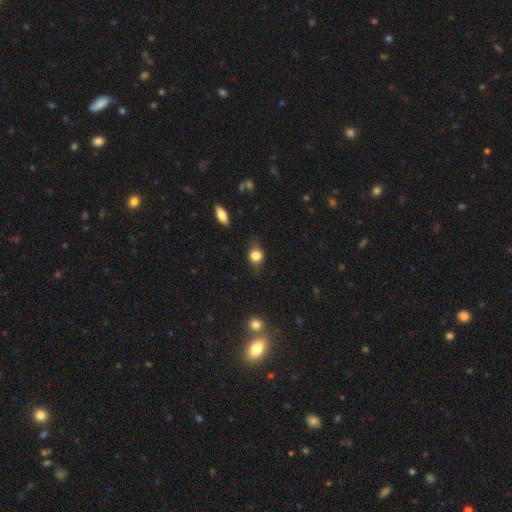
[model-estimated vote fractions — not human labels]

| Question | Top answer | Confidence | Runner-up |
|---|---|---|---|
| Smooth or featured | smooth | 79% | featured or disk (11%) |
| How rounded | round | 50% | in between (47%) |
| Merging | none | 70% | minor disturbance (22%) |